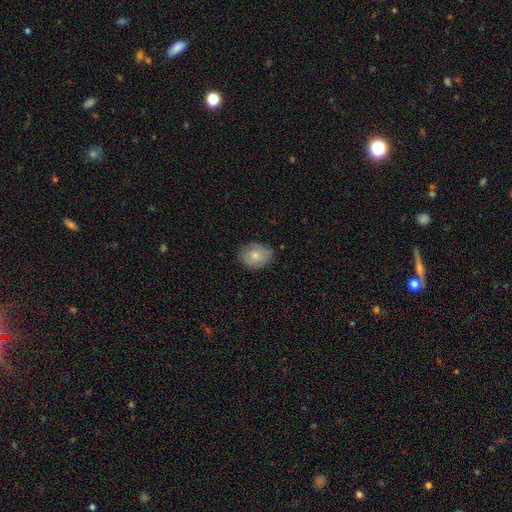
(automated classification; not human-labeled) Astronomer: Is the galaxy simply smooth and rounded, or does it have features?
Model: smooth — 73%.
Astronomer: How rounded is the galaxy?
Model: in between — 53% (runner-up: round, 46%).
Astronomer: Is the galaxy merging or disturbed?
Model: none — 73%.